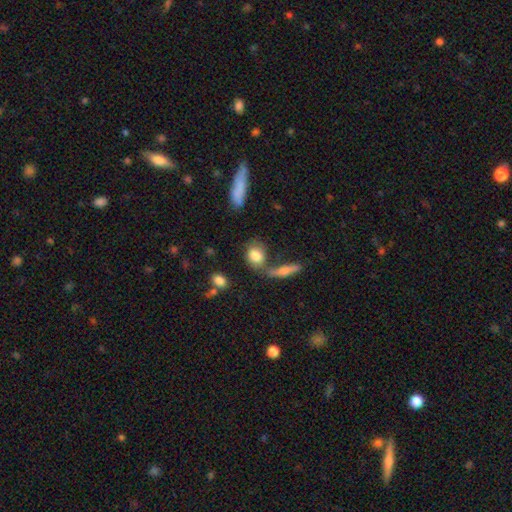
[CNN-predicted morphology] Overall: smooth (78%). How rounded: in between (65%; round 30%). Merging: none (50%; merger 26%).